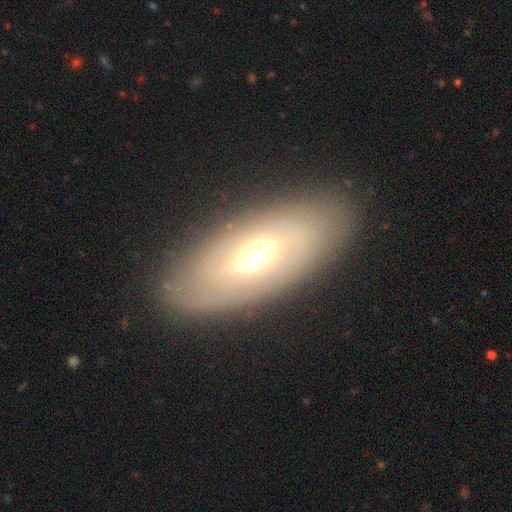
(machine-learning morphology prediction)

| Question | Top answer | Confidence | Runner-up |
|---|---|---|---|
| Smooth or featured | featured or disk | 59% | smooth (34%) |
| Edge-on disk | no | 82% | yes (18%) |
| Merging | none | 83% | minor disturbance (12%) |